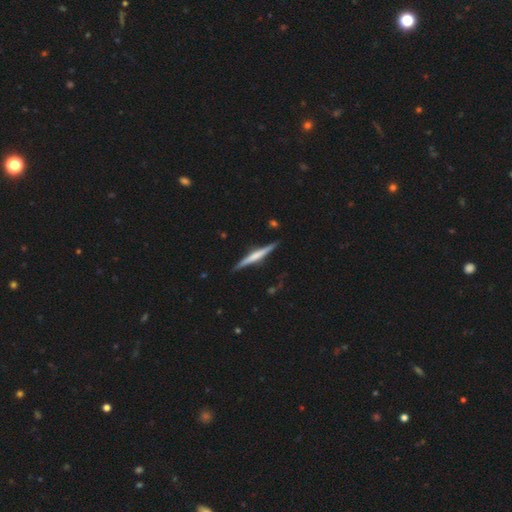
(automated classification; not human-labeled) Smooth or featured?
  - featured or disk: 62% *
  - smooth: 33%
  - star or artifact: 5%
Edge-on disk?
  - yes: 98% *
  - no: 2%
Edge-on bulge?
  - rounded: 41% *
  - none: 32%
  - boxy: 27%
Merging?
  - none: 88% *
  - minor disturbance: 9%
  - major disturbance: 2%
  - merger: 2%